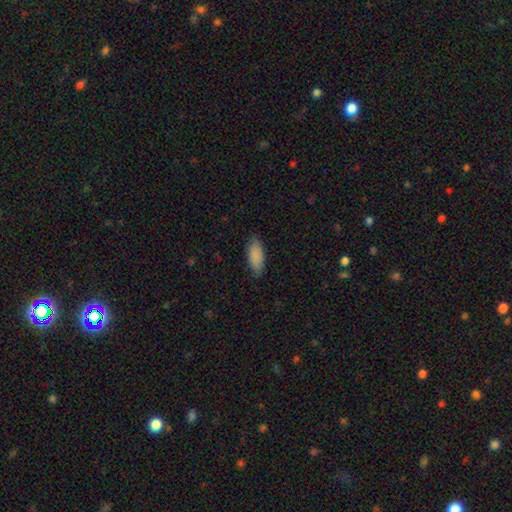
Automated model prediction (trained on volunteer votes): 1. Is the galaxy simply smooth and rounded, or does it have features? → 89% smooth, 6% star or artifact, 5% featured or disk.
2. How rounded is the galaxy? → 82% in between, 17% cigar-shaped, 2% round.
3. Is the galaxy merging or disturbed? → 85% none, 12% minor disturbance, 2% major disturbance, 1% merger.